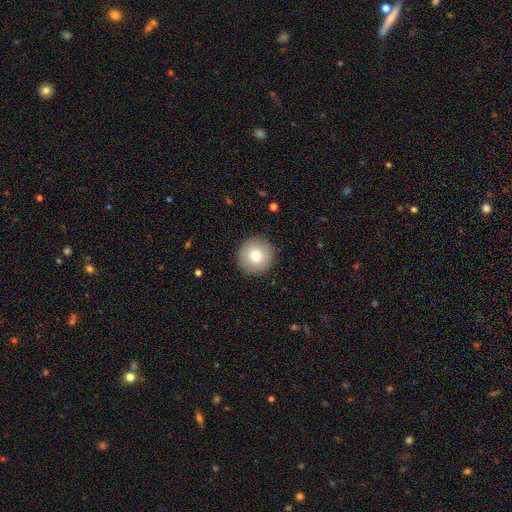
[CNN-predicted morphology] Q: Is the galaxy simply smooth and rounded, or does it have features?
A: smooth — 79%.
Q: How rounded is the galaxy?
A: round — 95%.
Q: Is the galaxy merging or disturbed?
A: none — 91%.